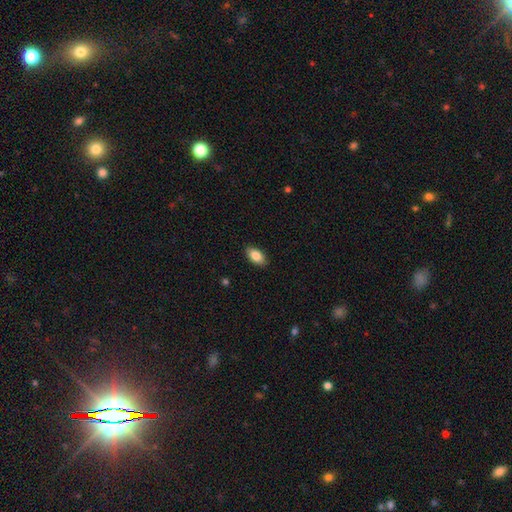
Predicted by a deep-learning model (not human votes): smooth-or-featured: smooth: 85% | featured or disk: 8% | star or artifact: 7%
  how-rounded: in between: 92% | round: 4% | cigar-shaped: 4%
  merging: none: 88% | minor disturbance: 9% | major disturbance: 2% | merger: 1%